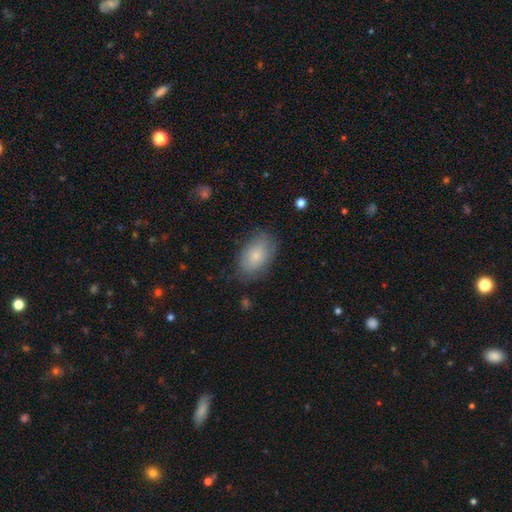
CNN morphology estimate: A smooth galaxy with no disk features (79%) that is in between round and cigar-shaped (89%).

Vote fractions:
- Smooth or featured? smooth: 79% / featured or disk: 14% / star or artifact: 7%
- How rounded? in between: 89% / round: 10% / cigar-shaped: 1%
- Merging? none: 74% / minor disturbance: 19% / major disturbance: 6% / merger: 1%